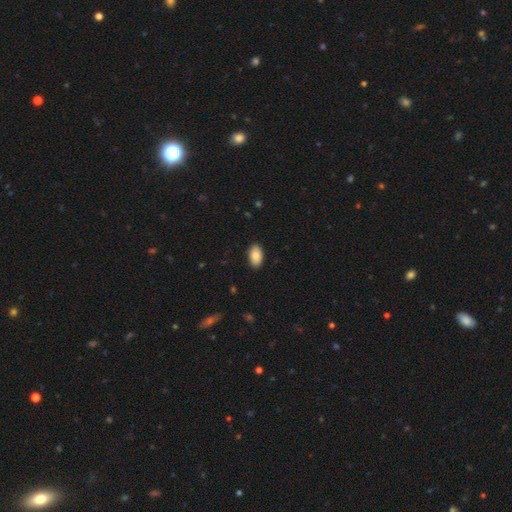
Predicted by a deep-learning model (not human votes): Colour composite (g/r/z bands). It shows a smooth galaxy with no disk features (87%) that is in between round and cigar-shaped (95%). Merging: none (89%).